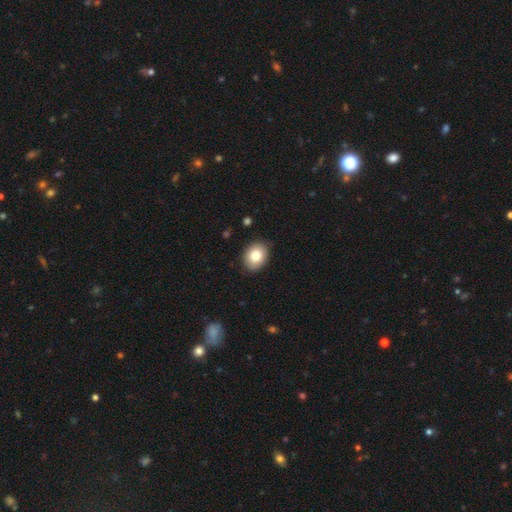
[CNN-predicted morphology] Smooth or featured: smooth — 81% (featured or disk — 11%)
How rounded: in between — 58% (round — 41%)
Merging: none — 87% (minor disturbance — 10%)